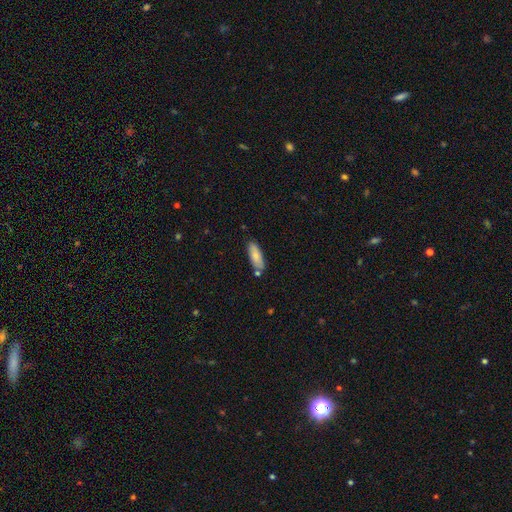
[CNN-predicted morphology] smooth-or-featured: smooth: 79% | featured or disk: 15% | star or artifact: 6%
  how-rounded: in between: 64% | cigar-shaped: 34% | round: 2%
  merging: none: 75% | minor disturbance: 15% | merger: 7% | major disturbance: 3%